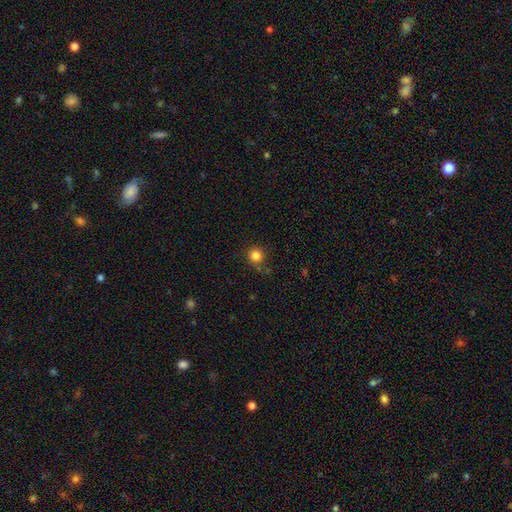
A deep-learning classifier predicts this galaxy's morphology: This appears to be a smooth galaxy with no disk features (83%) that is round (94%). Merging: none (82%).